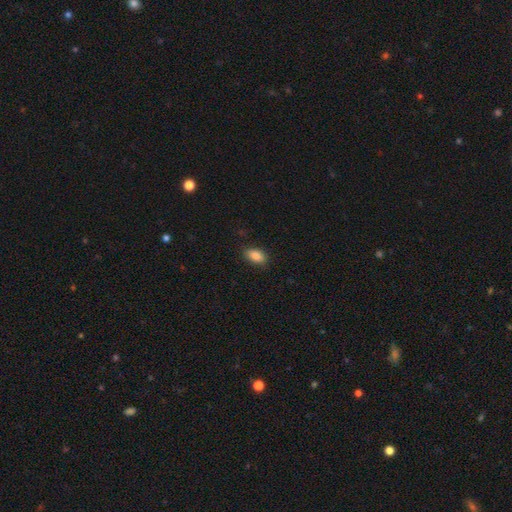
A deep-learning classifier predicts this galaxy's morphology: smooth-or-featured: smooth: 85% | star or artifact: 8% | featured or disk: 7%
  how-rounded: in between: 89% | round: 8% | cigar-shaped: 3%
  merging: none: 86% | minor disturbance: 10% | major disturbance: 2% | merger: 1%